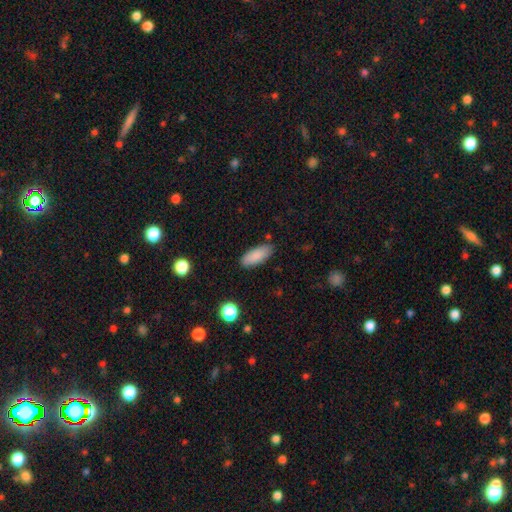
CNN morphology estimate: A smooth galaxy with no disk features (87%) that is in between round and cigar-shaped (78%). Merging: none (84%).